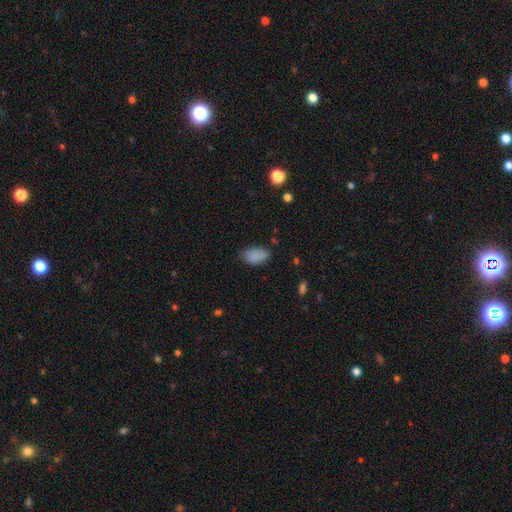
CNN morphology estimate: Q: Smooth or featured?
A: smooth (86%); runner-up: star or artifact (8%)
Q: How rounded?
A: in between (92%); runner-up: round (6%)
Q: Merging?
A: none (69%); runner-up: minor disturbance (25%)